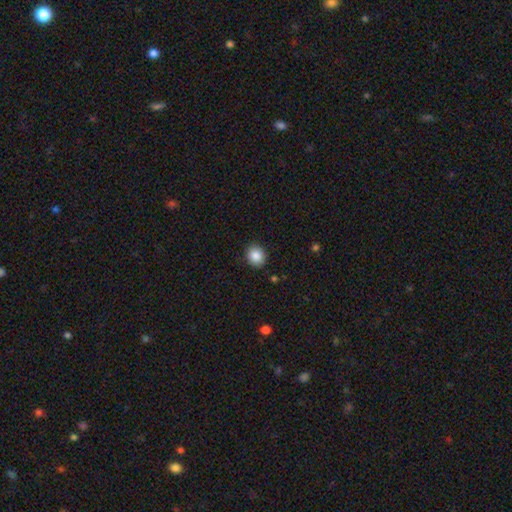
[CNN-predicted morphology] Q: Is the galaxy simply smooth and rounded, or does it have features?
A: smooth — 87%.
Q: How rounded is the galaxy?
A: round — 71%.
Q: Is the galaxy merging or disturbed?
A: none — 89%.